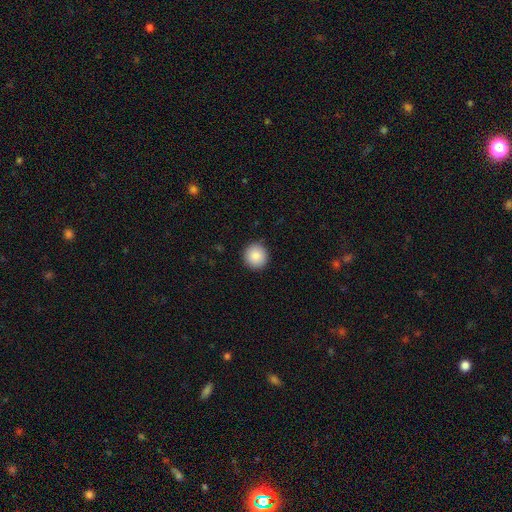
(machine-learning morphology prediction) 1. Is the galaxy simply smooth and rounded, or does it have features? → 87% smooth, 8% star or artifact, 5% featured or disk.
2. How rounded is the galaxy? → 94% round, 5% in between, 1% cigar-shaped.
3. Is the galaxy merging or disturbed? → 91% none, 6% minor disturbance, 2% major disturbance, 1% merger.